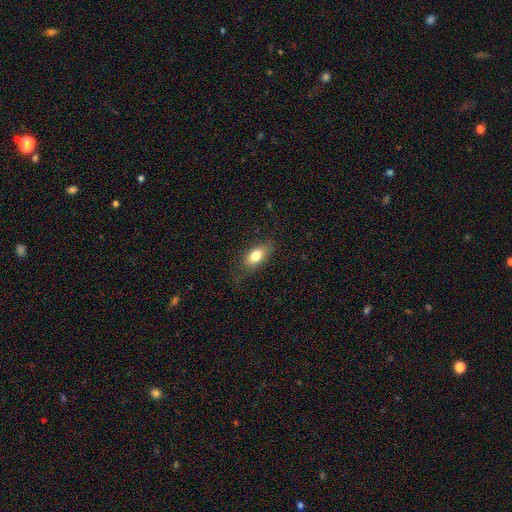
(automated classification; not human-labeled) smooth_or_featured: smooth (p=0.77) [alt: featured or disk p=0.16]
how_rounded: in between (p=0.83) [alt: cigar-shaped p=0.10]
merging: none (p=0.73) [alt: minor disturbance p=0.19]